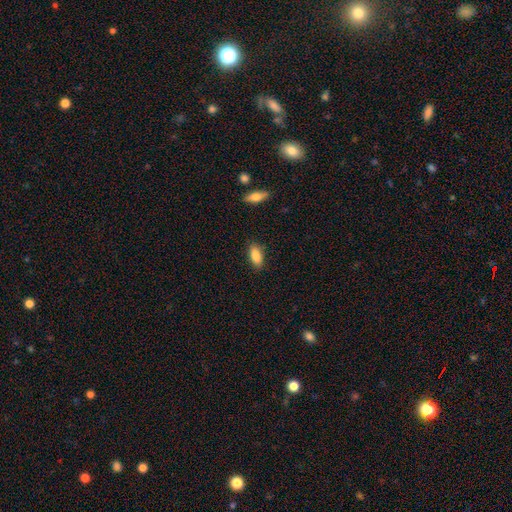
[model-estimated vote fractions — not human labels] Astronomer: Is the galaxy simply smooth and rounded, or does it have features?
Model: smooth — 86%.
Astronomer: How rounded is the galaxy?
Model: in between — 86%.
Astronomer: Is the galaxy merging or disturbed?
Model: none — 86%.